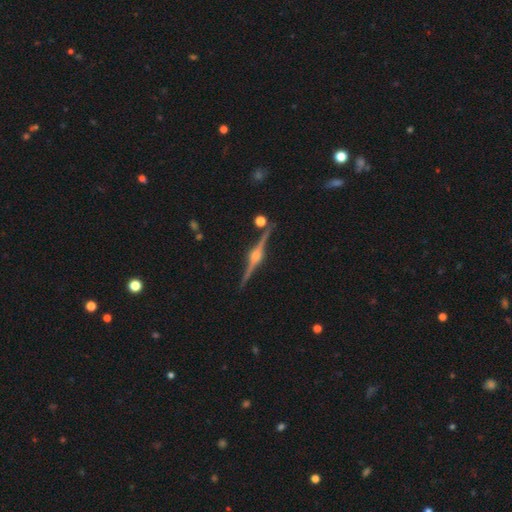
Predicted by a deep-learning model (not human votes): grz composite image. It shows a featured or disk galaxy (89%) viewed edge-on (98%) with a rounded central bulge (94%). Merging: none (89%).